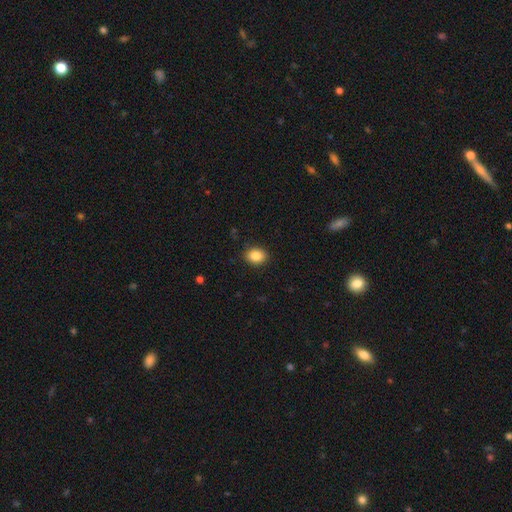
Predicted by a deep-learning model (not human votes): This appears to be a smooth galaxy with no disk features (86%) that is in between round and cigar-shaped (57%). Merging: none (89%).